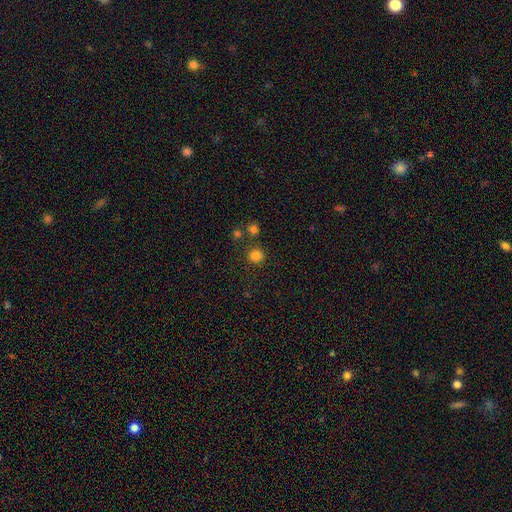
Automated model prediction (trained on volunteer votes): Smooth or featured? Predicted: smooth (p=0.81). How rounded? Predicted: round (p=0.91). Merging? Predicted: none (p=0.83).